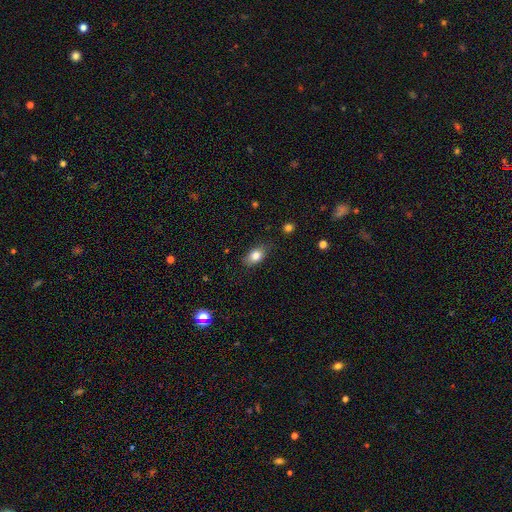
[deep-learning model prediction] Smooth or featured: smooth — 81% (featured or disk — 11%)
How rounded: in between — 86% (round — 11%)
Merging: none — 81% (minor disturbance — 15%)